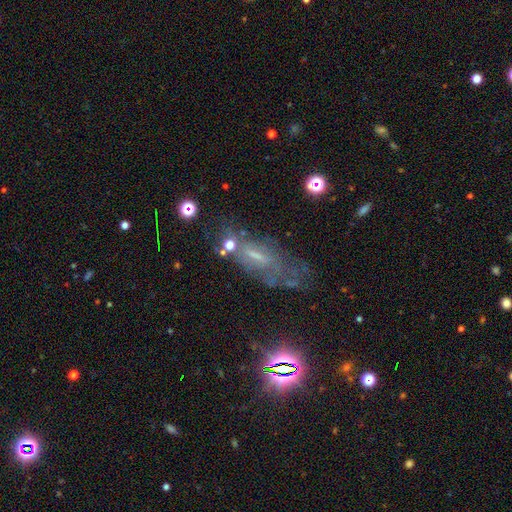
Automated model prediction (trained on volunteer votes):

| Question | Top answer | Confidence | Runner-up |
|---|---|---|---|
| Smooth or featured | featured or disk | 54% | star or artifact (23%) |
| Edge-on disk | no | 79% | yes (21%) |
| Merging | none | 49% | minor disturbance (23%) |